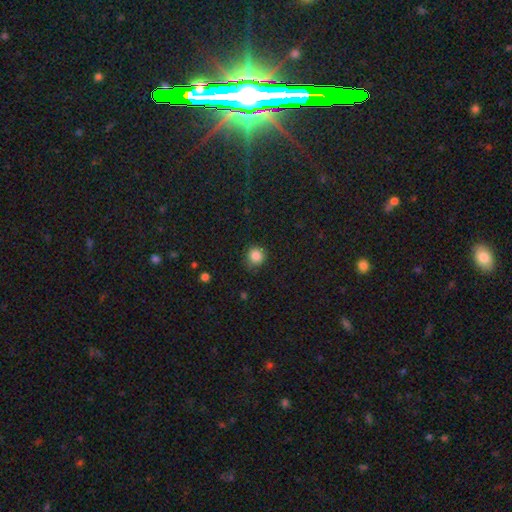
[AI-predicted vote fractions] Morphology: type=smooth (85%); roundness=round (91%); merging=none (81%).